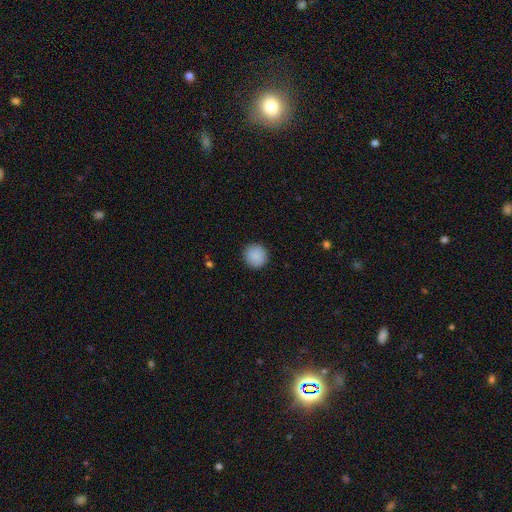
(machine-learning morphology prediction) Smooth or featured? Predicted: smooth (p=0.89). How rounded? Predicted: round (p=0.94). Merging? Predicted: none (p=0.92).